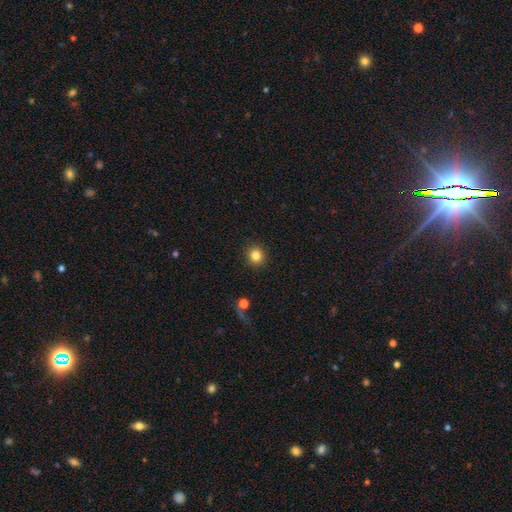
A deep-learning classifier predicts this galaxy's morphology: This is clearly a smooth galaxy (84%). How rounded: clearly round (90%). Merging: clearly none (91%).